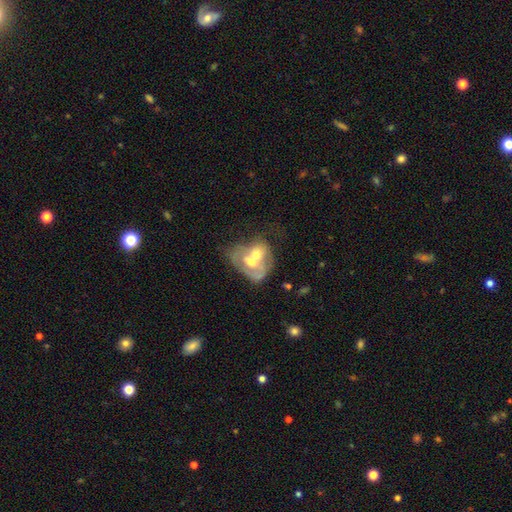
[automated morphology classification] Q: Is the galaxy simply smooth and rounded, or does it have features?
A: featured or disk — 59%.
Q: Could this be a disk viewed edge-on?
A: no — 97%.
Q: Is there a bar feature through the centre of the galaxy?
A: no — 80%.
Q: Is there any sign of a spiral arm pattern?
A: no — 69%.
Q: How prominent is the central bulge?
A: moderate — 67%.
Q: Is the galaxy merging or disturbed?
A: merger — 75%.